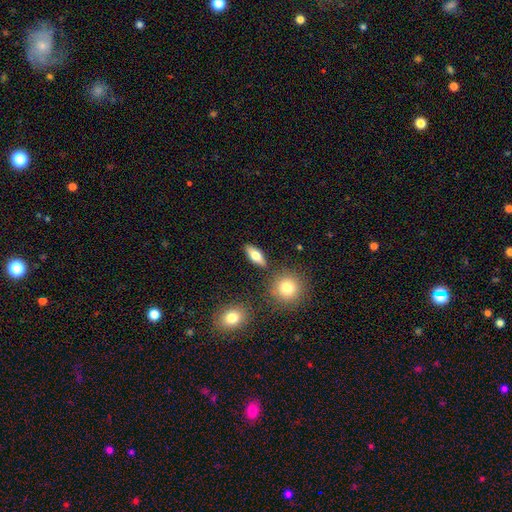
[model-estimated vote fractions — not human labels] Smooth or featured?
  - smooth: 68% *
  - featured or disk: 24%
  - star or artifact: 8%
How rounded?
  - in between: 73% *
  - cigar-shaped: 21%
  - round: 6%
Merging?
  - none: 85% *
  - minor disturbance: 9%
  - merger: 4%
  - major disturbance: 2%